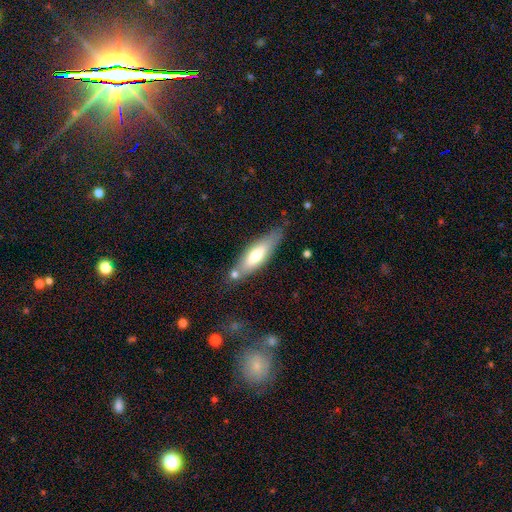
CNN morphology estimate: Smooth or featured?
  - smooth: 62% *
  - featured or disk: 33%
  - star or artifact: 6%
How rounded?
  - cigar-shaped: 59% *
  - in between: 40%
  - round: 2%
Merging?
  - none: 69% *
  - minor disturbance: 17%
  - merger: 10%
  - major disturbance: 4%